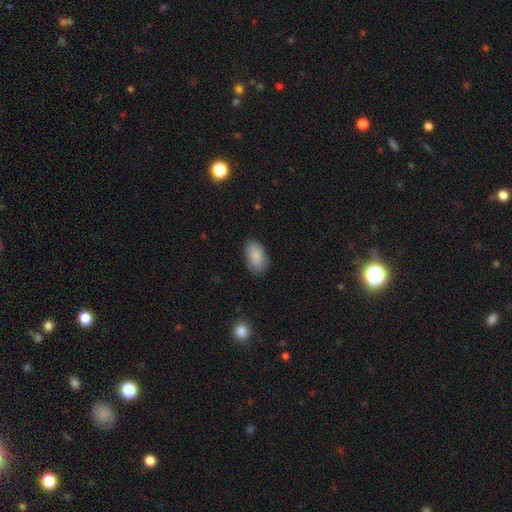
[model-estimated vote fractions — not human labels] A smooth galaxy with no disk features (88%) that is in between round and cigar-shaped (94%).

Vote fractions:
- Smooth or featured? smooth: 88% / star or artifact: 6% / featured or disk: 6%
- How rounded? in between: 94% / round: 5% / cigar-shaped: 2%
- Merging? none: 84% / minor disturbance: 12% / major disturbance: 3% / merger: 1%